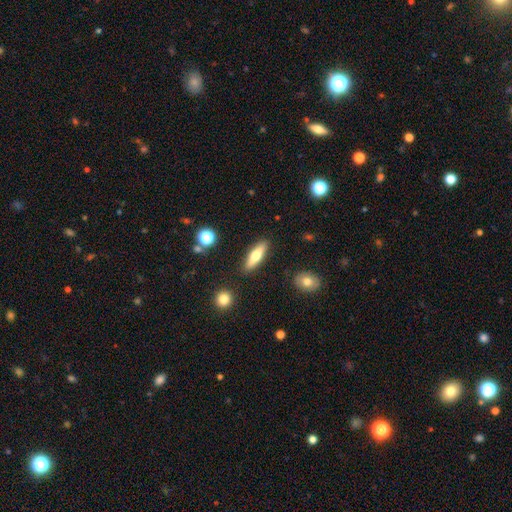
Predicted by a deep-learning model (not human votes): Smooth or featured? Predicted: smooth (p=0.60). How rounded? Predicted: cigar-shaped (p=0.58). Merging? Predicted: none (p=0.87).